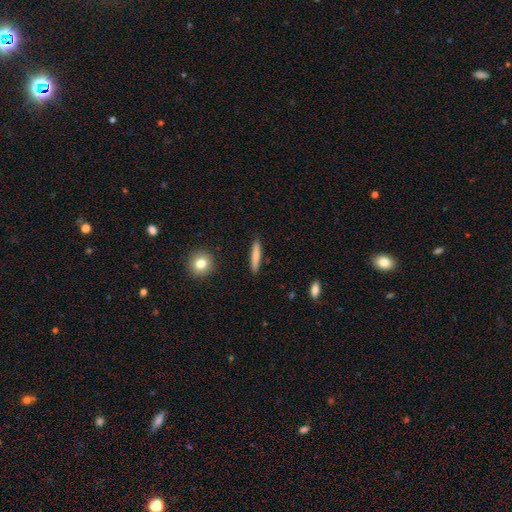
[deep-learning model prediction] The model was most divided on "smooth or featured": smooth: 76%, featured or disk: 18%, star or artifact: 6%. More confident: how rounded — cigar-shaped (90%); merging — none (90%).